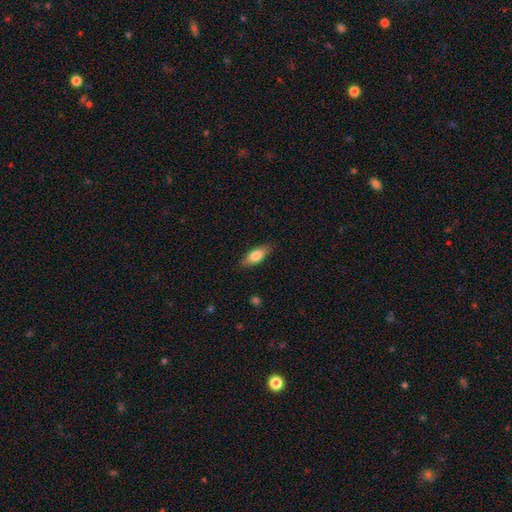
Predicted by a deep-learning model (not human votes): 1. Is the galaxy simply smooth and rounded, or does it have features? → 76% smooth, 17% featured or disk, 6% star or artifact.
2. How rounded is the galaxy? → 74% in between, 23% cigar-shaped, 2% round.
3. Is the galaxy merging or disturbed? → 86% none, 11% minor disturbance, 2% major disturbance, 1% merger.